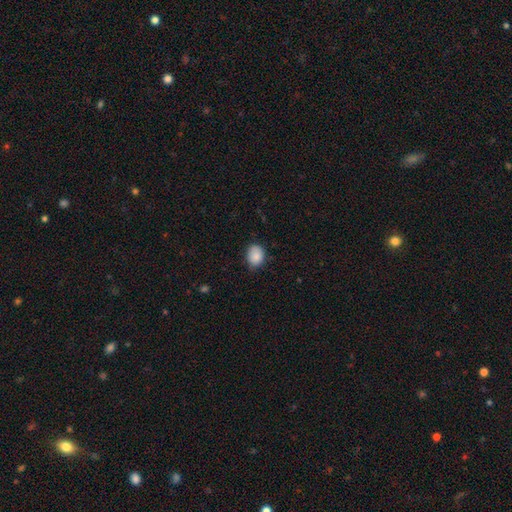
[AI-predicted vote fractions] Overall: smooth (86%). How rounded: in between (58%; round 41%). Merging: none (70%).